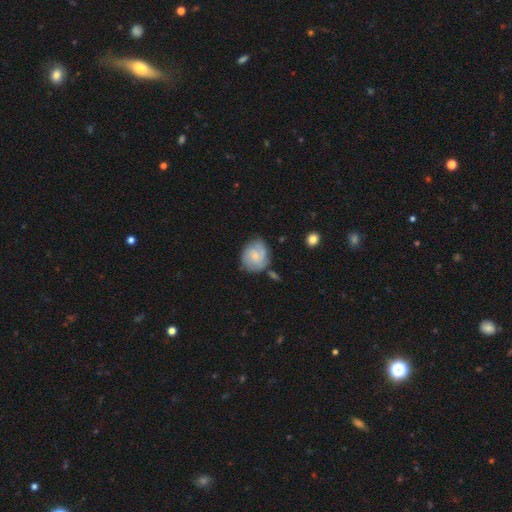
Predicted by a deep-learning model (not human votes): This appears to be a featured or disk galaxy (64%) with no bar (60%), 2 (45%) tight (55%) spiral arms (90%) and a small central bulge (66%). Merging: none (66%).